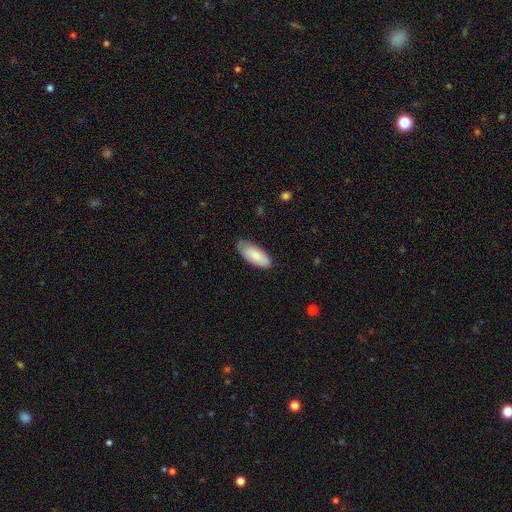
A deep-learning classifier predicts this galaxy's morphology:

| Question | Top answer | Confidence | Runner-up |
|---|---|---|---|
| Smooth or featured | smooth | 83% | featured or disk (12%) |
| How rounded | in between | 85% | cigar-shaped (13%) |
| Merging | none | 73% | minor disturbance (23%) |